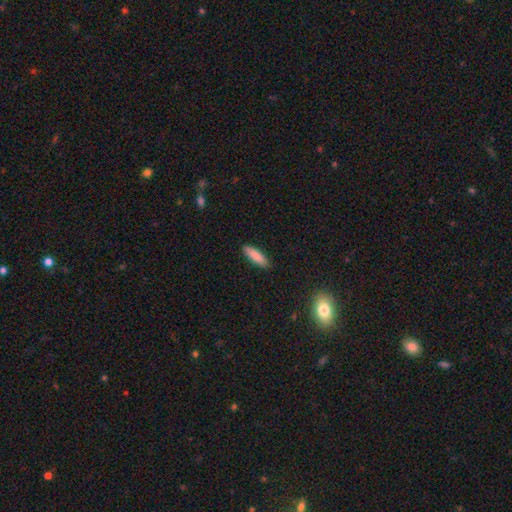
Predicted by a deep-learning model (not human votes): Morphology: type=smooth (87%); roundness=cigar-shaped (60%); merging=none (89%).